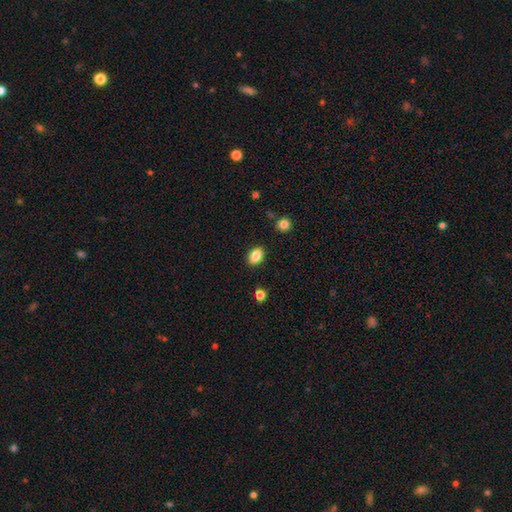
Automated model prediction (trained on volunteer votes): Q: Smooth or featured?
A: smooth (86%); runner-up: star or artifact (9%)
Q: How rounded?
A: in between (84%); runner-up: round (14%)
Q: Merging?
A: none (87%); runner-up: minor disturbance (9%)